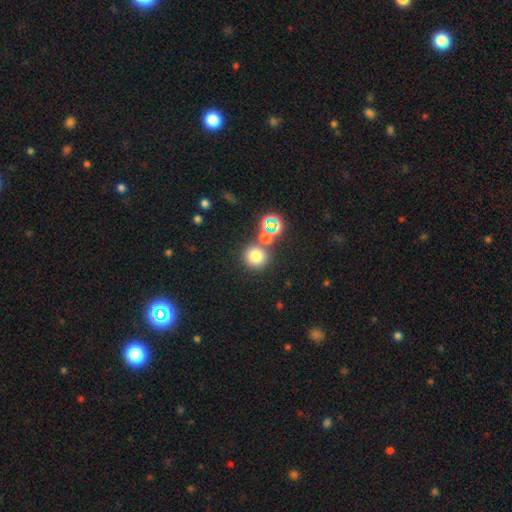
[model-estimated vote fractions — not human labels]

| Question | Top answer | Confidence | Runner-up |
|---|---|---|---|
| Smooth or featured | smooth | 73% | star or artifact (20%) |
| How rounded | round | 92% | in between (7%) |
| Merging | none | 71% | merger (19%) |